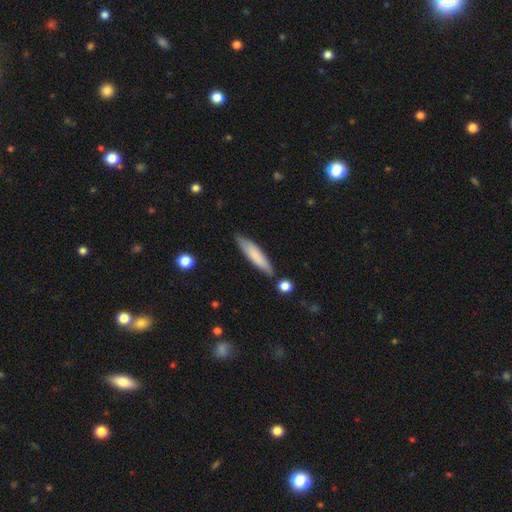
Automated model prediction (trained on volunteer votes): smooth-or-featured: smooth: 76% | featured or disk: 18% | star or artifact: 6%
  how-rounded: cigar-shaped: 81% | in between: 18% | round: 1%
  merging: none: 80% | minor disturbance: 14% | merger: 3% | major disturbance: 3%